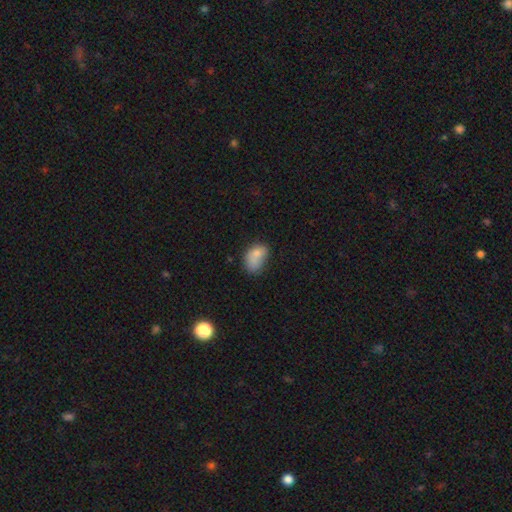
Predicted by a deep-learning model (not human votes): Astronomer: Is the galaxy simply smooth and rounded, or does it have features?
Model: smooth — 77%.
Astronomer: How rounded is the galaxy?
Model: in between — 83%.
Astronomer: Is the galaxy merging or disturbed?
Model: none — 38% (runner-up: minor disturbance, 31%).